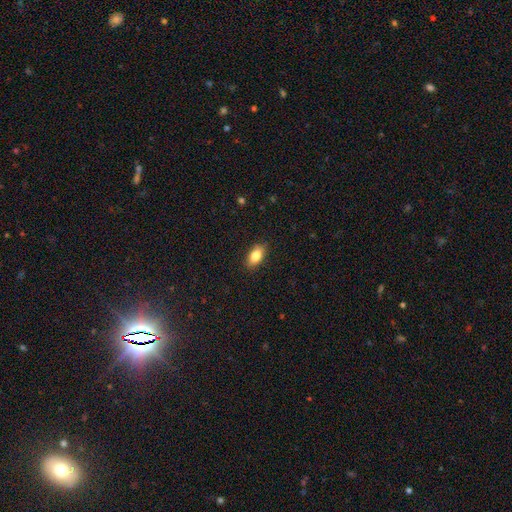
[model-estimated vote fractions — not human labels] Smooth or featured? smooth (81%)
How rounded? in between (89%)
Merging? none (88%)